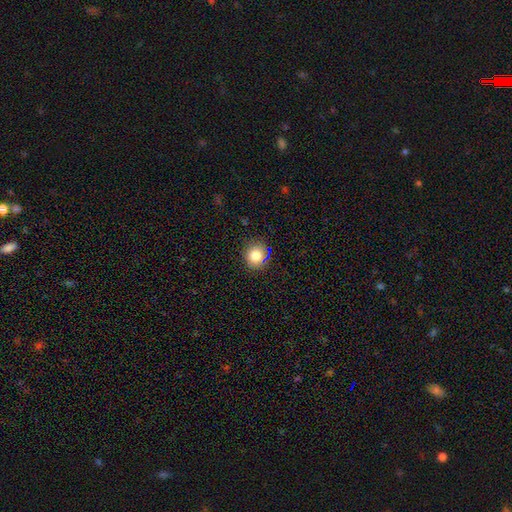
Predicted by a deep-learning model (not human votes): smooth 82%, star or artifact 12%, featured or disk 6%. Down the decision tree: how rounded — round (82%); merging — none (84%).